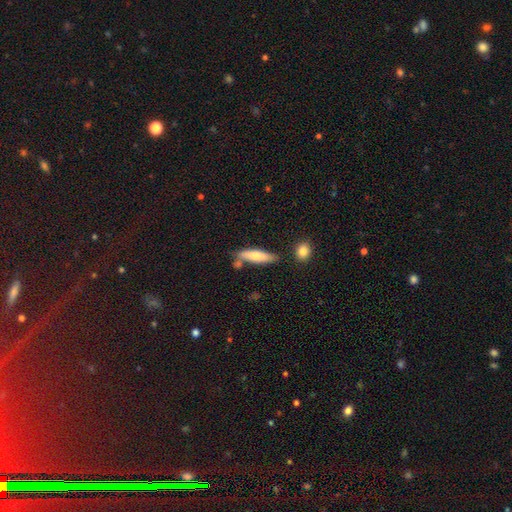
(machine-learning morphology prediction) Smooth or featured? smooth (70%)
How rounded? cigar-shaped (70%)
Merging? none (70%)